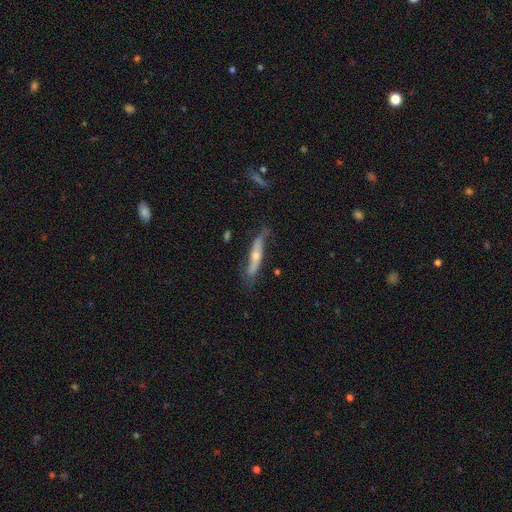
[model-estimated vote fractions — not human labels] This appears to be a featured or disk galaxy (63%) viewed edge-on (65%). Merging: none (63%).